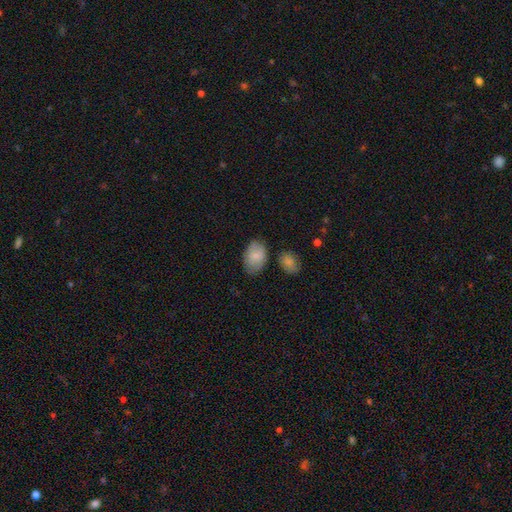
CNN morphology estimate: Q: Smooth or featured?
A: smooth (78%); runner-up: featured or disk (16%)
Q: How rounded?
A: in between (89%); runner-up: round (9%)
Q: Merging?
A: none (70%); runner-up: minor disturbance (19%)